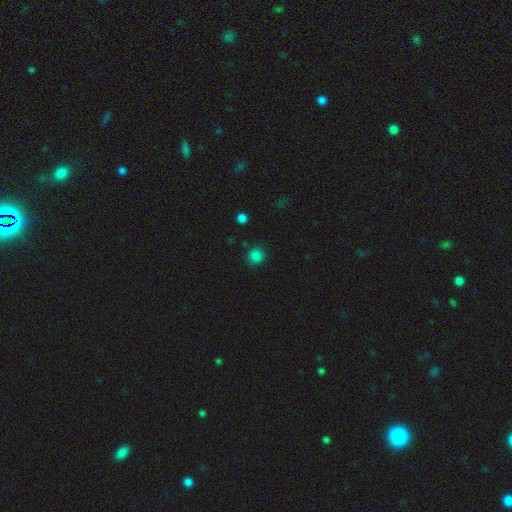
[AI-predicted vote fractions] A smooth galaxy with no disk features (83%) that is round (91%). Merging: none (87%).